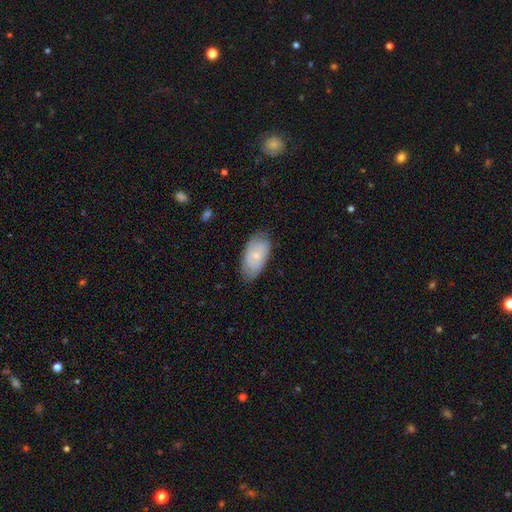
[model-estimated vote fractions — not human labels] Smooth or featured?
  - smooth: 61% *
  - featured or disk: 33%
  - star or artifact: 6%
How rounded?
  - in between: 93% *
  - round: 4%
  - cigar-shaped: 3%
Merging?
  - none: 74% *
  - minor disturbance: 21%
  - major disturbance: 4%
  - merger: 1%